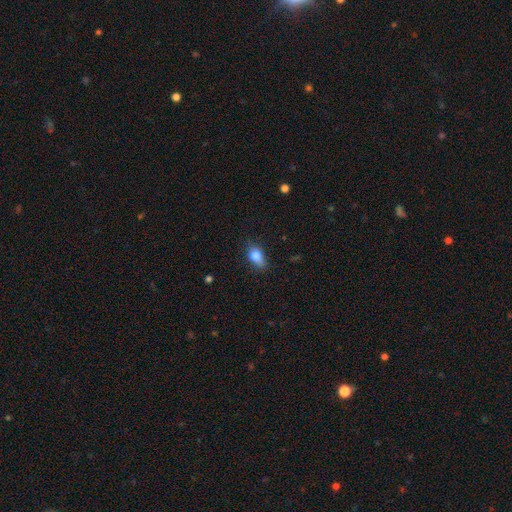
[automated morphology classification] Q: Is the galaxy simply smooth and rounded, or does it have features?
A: smooth — 82%.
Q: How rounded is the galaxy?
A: in between — 80%.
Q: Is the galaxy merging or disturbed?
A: none — 63%.